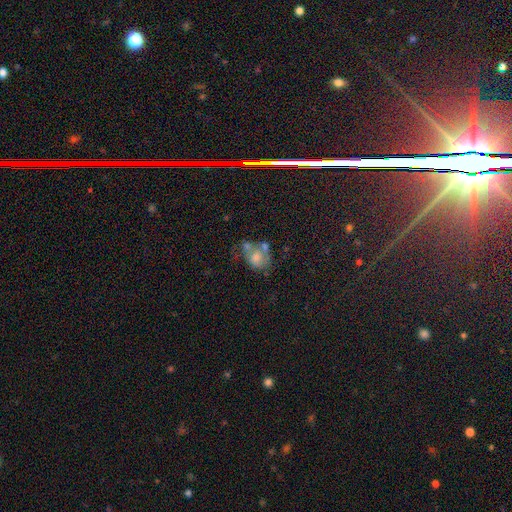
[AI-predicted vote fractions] Morphology: type=smooth (55%); roundness=in between (51%); merging=merger (35%).